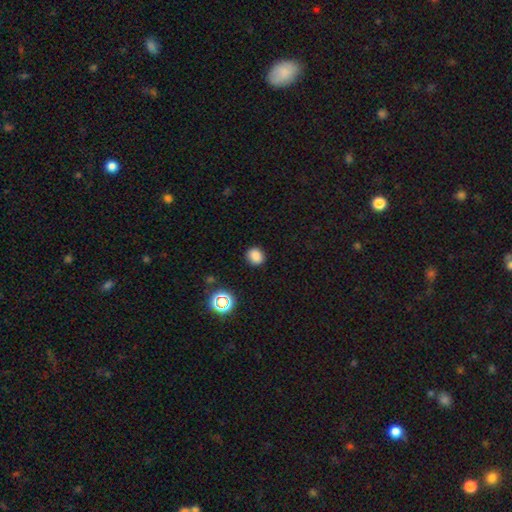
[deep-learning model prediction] Morphology: type=smooth (82%); roundness=round (70%); merging=none (88%).